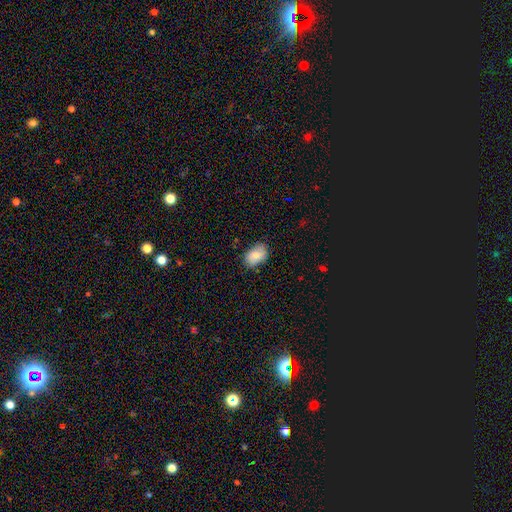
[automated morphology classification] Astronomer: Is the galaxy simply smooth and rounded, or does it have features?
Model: smooth — 83%.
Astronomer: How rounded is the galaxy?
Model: in between — 85%.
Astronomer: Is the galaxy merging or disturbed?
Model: none — 76%.